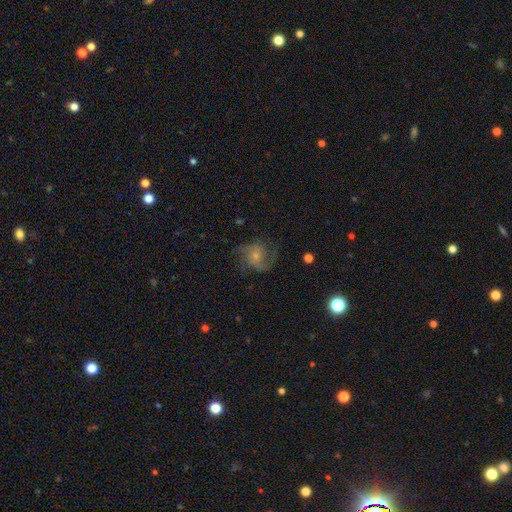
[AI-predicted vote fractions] Q: Smooth or featured?
A: featured or disk (67%); runner-up: smooth (24%)
Q: Edge-on disk?
A: no (98%); runner-up: yes (2%)
Q: Bar?
A: no (63%); runner-up: weak (31%)
Q: Spiral arms?
A: yes (89%); runner-up: no (11%)
Q: Spiral winding?
A: medium (48%); runner-up: loose (36%)
Q: Spiral arm count?
A: 2 (54%); runner-up: can't tell (17%)
Q: Bulge size?
A: small (63%); runner-up: moderate (26%)
Q: Merging?
A: none (58%); runner-up: major disturbance (20%)